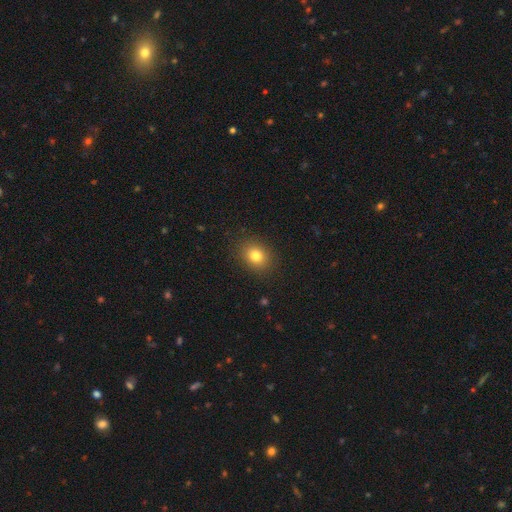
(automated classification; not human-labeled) Smooth or featured?
  - smooth: 80% *
  - star or artifact: 12%
  - featured or disk: 8%
How rounded?
  - round: 56% *
  - in between: 43%
  - cigar-shaped: 1%
Merging?
  - none: 88% *
  - minor disturbance: 8%
  - major disturbance: 3%
  - merger: 1%